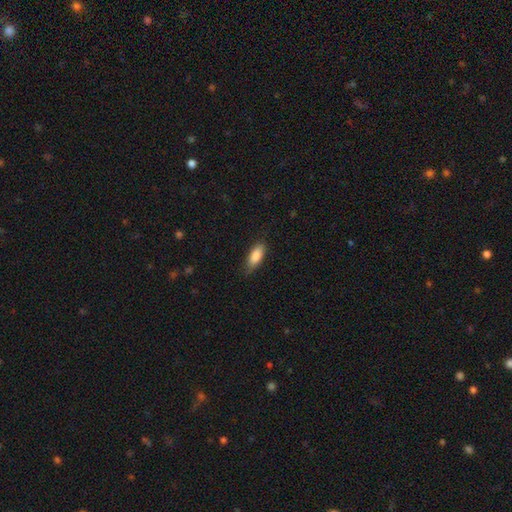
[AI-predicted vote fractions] Morphology: type=smooth (85%); roundness=in between (80%); merging=none (78%).